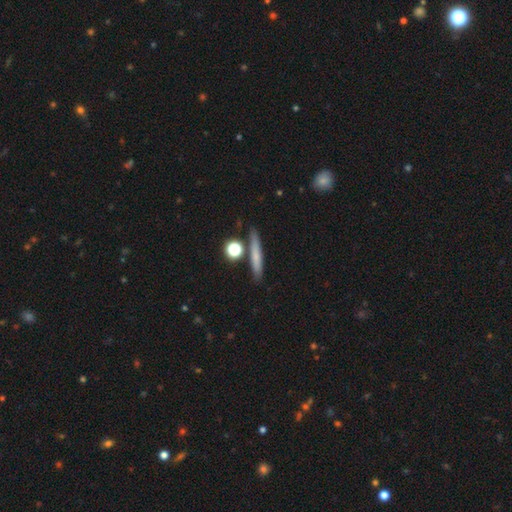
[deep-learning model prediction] Smooth or featured?
  - smooth: 65% *
  - featured or disk: 26%
  - star or artifact: 9%
How rounded?
  - cigar-shaped: 83% *
  - in between: 9%
  - round: 8%
Merging?
  - none: 80% *
  - minor disturbance: 11%
  - merger: 6%
  - major disturbance: 3%